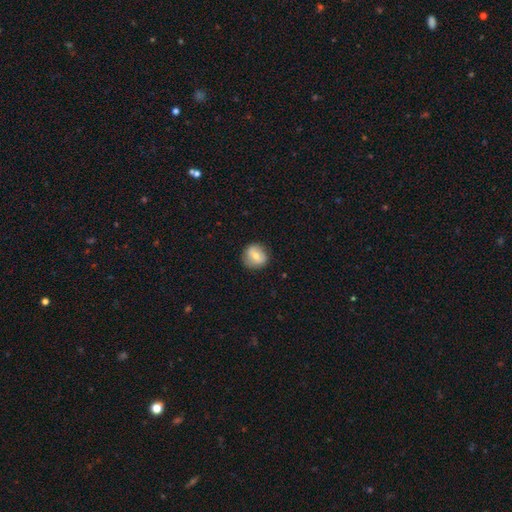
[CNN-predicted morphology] Smooth or featured: smooth — 62% (featured or disk — 30%)
How rounded: round — 86% (in between — 13%)
Merging: none — 84% (minor disturbance — 12%)